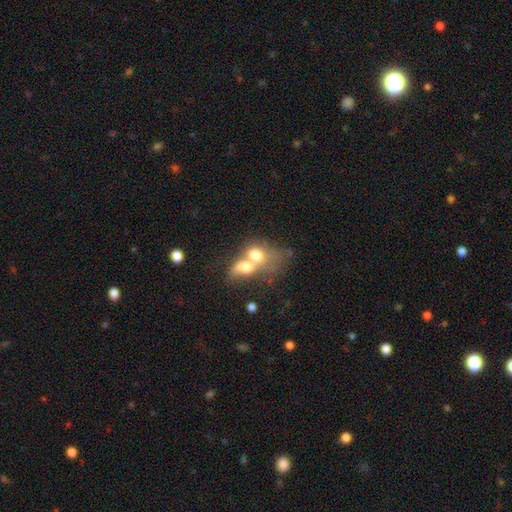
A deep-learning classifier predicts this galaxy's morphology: smooth 63%, featured or disk 27%, star or artifact 9%. Down the decision tree: how rounded — in between (63%); merging — merger (79%).